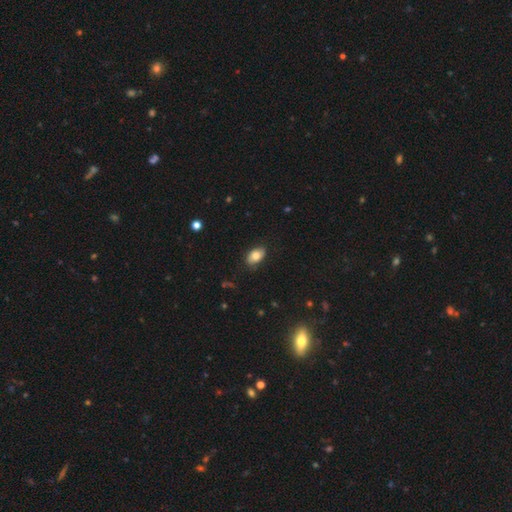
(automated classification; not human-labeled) smooth_or_featured: smooth (p=0.78) [alt: featured or disk p=0.14]
how_rounded: in between (p=0.90) [alt: round p=0.08]
merging: none (p=0.83) [alt: minor disturbance p=0.14]